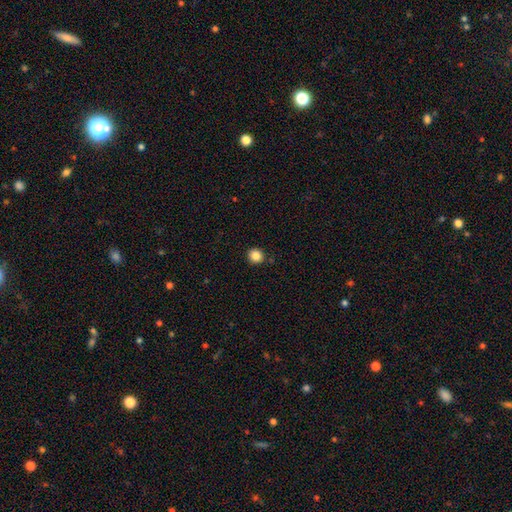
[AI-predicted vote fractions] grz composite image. It shows a smooth galaxy with no disk features (85%) that is round (88%). Merging: none (91%).